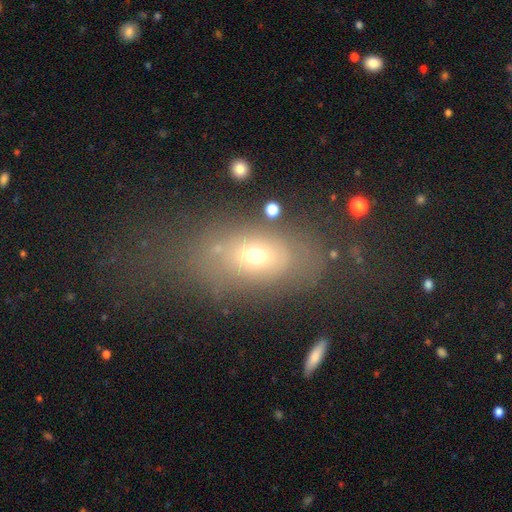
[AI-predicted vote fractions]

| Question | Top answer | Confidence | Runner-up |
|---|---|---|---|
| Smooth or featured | smooth | 56% | featured or disk (28%) |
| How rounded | in between | 77% | round (17%) |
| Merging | none | 48% | major disturbance (25%) |